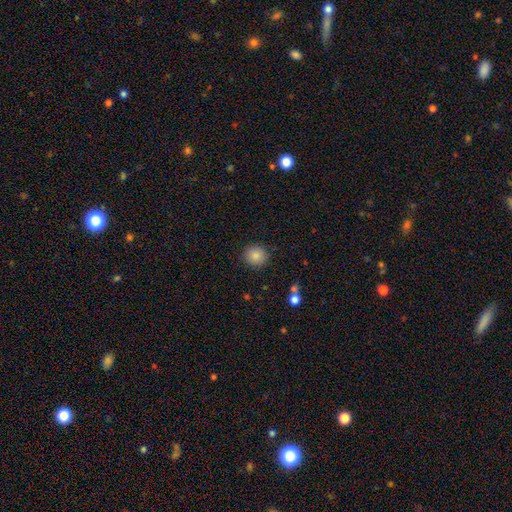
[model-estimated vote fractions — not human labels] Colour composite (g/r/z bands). It shows a smooth galaxy with no disk features (85%) that is round (92%). Merging: none (89%).